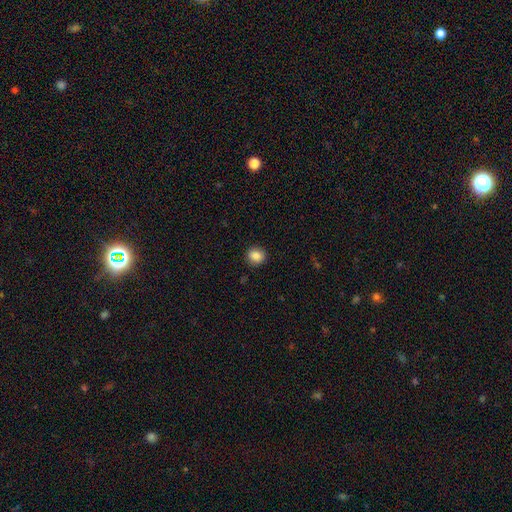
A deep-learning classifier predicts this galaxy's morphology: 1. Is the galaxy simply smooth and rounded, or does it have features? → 87% smooth, 9% star or artifact, 4% featured or disk.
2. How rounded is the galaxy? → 82% round, 17% in between, 1% cigar-shaped.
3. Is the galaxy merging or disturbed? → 90% none, 7% minor disturbance, 2% major disturbance, 1% merger.